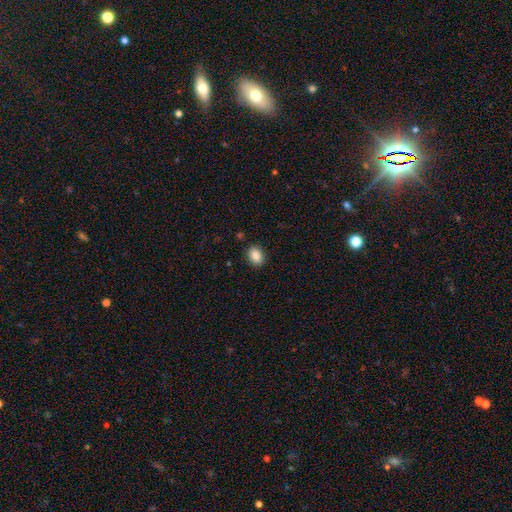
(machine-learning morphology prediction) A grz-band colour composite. It shows a smooth galaxy with no disk features (88%) that is in between round and cigar-shaped (74%). Merging: none (87%).